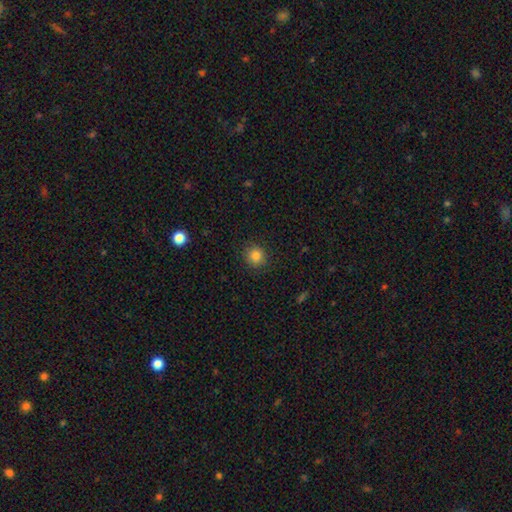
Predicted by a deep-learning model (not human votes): Smooth or featured? Predicted: smooth (p=0.82). How rounded? Predicted: round (p=0.91). Merging? Predicted: none (p=0.90).